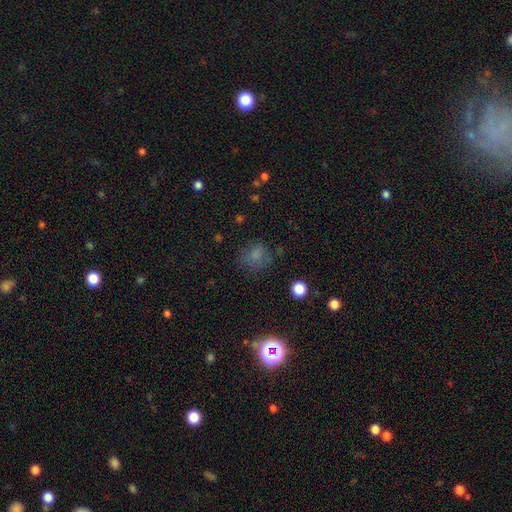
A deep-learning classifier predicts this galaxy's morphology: Smooth or featured? smooth (74%)
How rounded? round (74%)
Merging? none (69%)